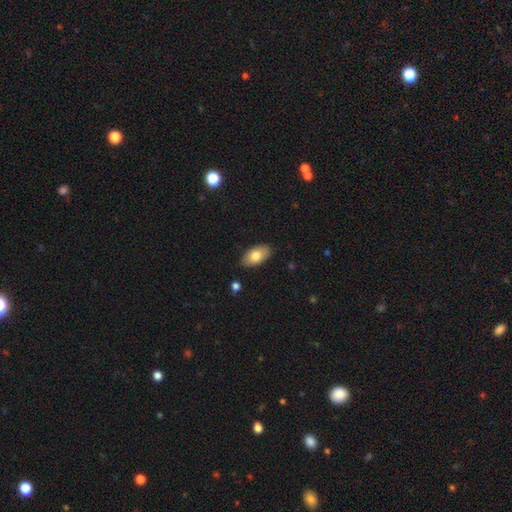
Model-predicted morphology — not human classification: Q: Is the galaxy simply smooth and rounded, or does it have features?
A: smooth — 78%.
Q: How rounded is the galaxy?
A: in between — 94%.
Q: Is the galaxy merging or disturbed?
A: none — 86%.